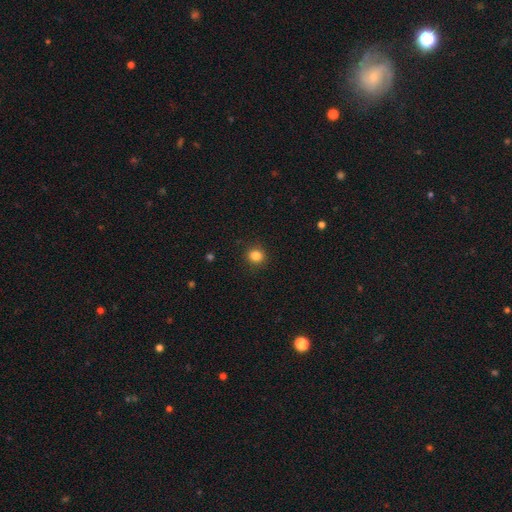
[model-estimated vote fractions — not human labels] Smooth or featured: smooth — 84% (star or artifact — 12%)
How rounded: round — 87% (in between — 12%)
Merging: none — 91% (minor disturbance — 6%)